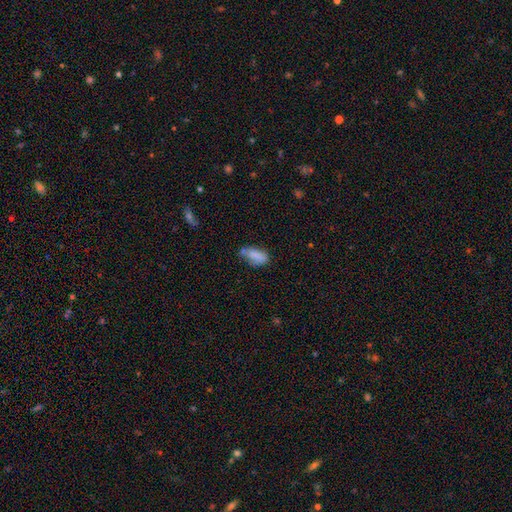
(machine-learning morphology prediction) smooth_or_featured: smooth (p=0.79) [alt: featured or disk p=0.12]
how_rounded: in between (p=0.86) [alt: cigar-shaped p=0.10]
merging: none (p=0.44) [alt: minor disturbance p=0.30]